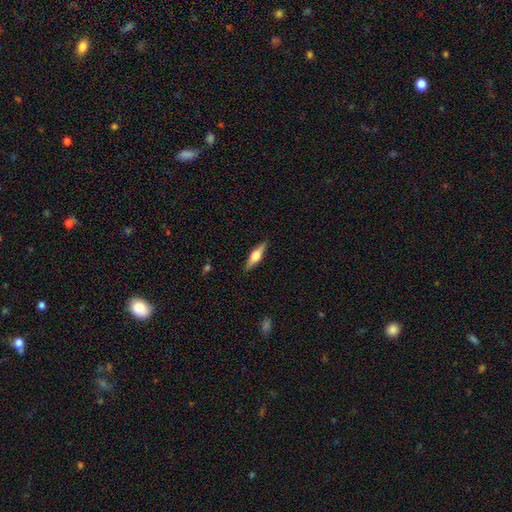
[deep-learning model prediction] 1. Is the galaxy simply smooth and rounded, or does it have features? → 60% featured or disk, 35% smooth, 6% star or artifact.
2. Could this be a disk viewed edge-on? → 96% yes, 4% no.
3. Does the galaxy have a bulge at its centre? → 93% rounded, 6% boxy, 2% none.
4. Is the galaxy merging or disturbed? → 89% none, 8% minor disturbance, 2% major disturbance, 1% merger.